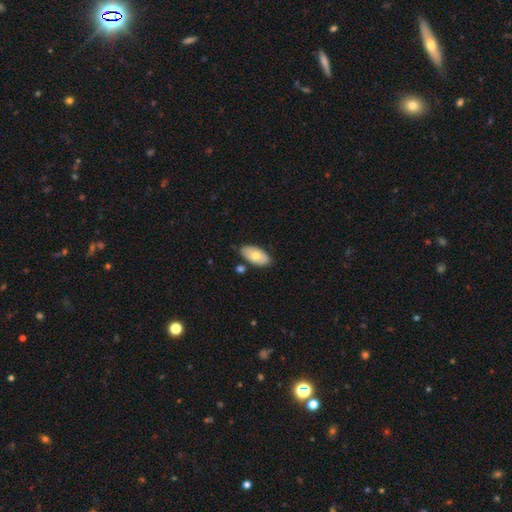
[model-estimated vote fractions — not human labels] Smooth or featured: smooth — 67% (featured or disk — 28%)
How rounded: in between — 94% (round — 3%)
Merging: none — 79% (minor disturbance — 13%)